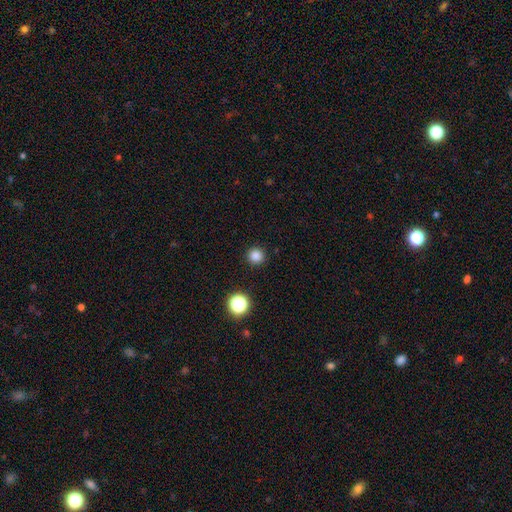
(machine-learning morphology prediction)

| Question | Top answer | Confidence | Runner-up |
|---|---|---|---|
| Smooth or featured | smooth | 83% | star or artifact (14%) |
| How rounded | round | 95% | in between (4%) |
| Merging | none | 92% | minor disturbance (5%) |